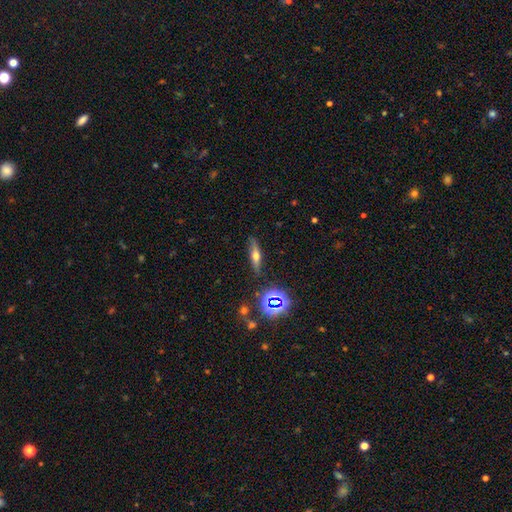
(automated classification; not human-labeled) Smooth or featured?
  - featured or disk: 43% *
  - smooth: 41%
  - star or artifact: 15%
Merging?
  - none: 84% *
  - minor disturbance: 11%
  - major disturbance: 3%
  - merger: 2%